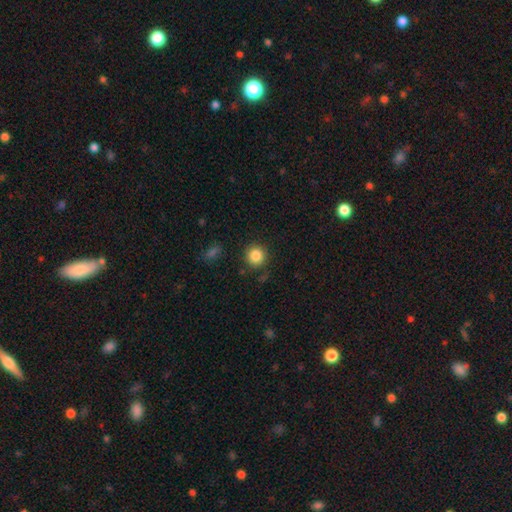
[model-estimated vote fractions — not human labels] This is clearly a smooth galaxy (85%). How rounded: clearly round (93%). Merging: clearly none (88%).